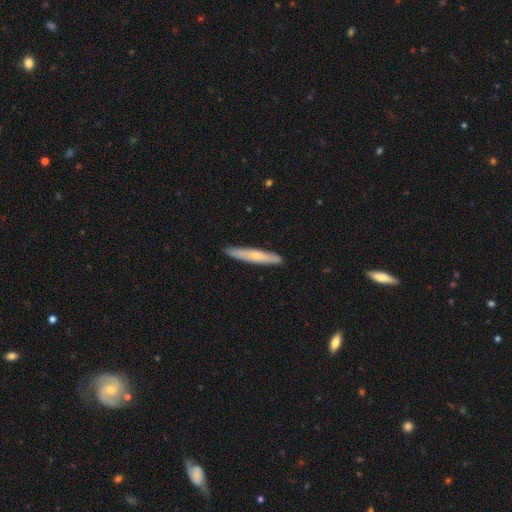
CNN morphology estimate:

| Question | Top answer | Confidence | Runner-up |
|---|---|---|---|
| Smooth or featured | smooth | 51% | featured or disk (43%) |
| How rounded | cigar-shaped | 93% | in between (6%) |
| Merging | none | 89% | minor disturbance (8%) |